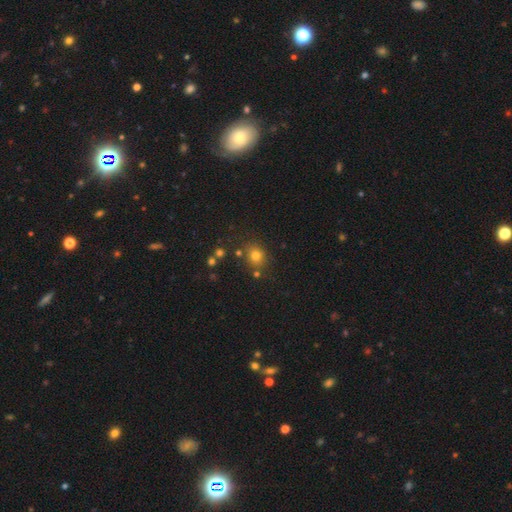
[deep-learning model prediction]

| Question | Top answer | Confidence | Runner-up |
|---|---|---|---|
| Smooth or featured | smooth | 76% | star or artifact (16%) |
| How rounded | round | 72% | in between (27%) |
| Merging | none | 78% | minor disturbance (11%) |